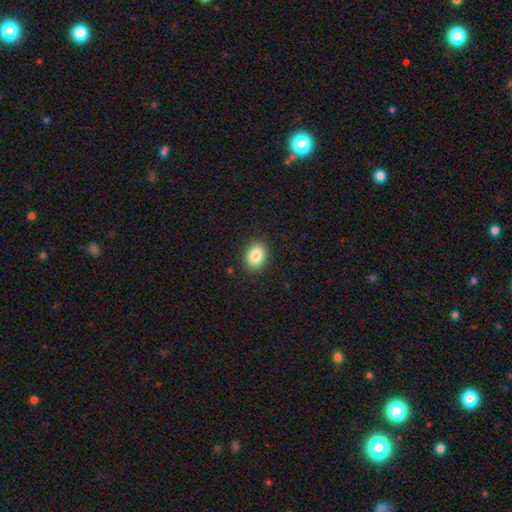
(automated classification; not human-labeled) The model was most divided on "how rounded": in between: 67%, round: 32%, cigar-shaped: 1%. More confident: merging — none (89%); smooth or featured — smooth (85%).